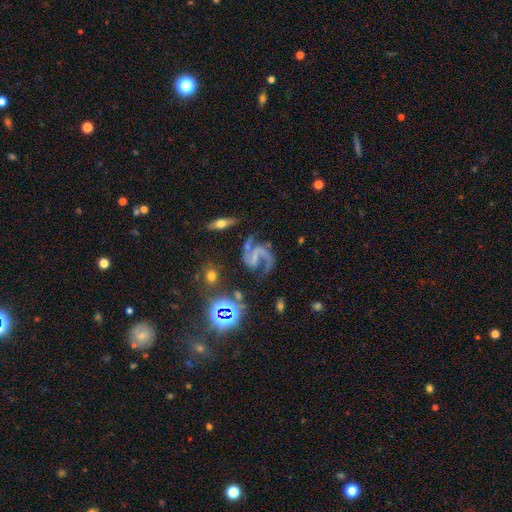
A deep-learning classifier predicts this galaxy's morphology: smooth_or_featured: featured or disk (p=0.85) [alt: star or artifact p=0.09]
disk_edge_on: no (p=0.98) [alt: yes p=0.02]
bar: weak (p=0.37) [alt: no p=0.32]
has_spiral_arms: yes (p=0.96) [alt: no p=0.04]
spiral_winding: medium (p=0.46) [alt: loose p=0.45]
spiral_arm_count: 2 (p=0.87) [alt: 1 p=0.08]
bulge_size: none (p=0.58) [alt: small p=0.29]
merging: none (p=0.57) [alt: minor disturbance p=0.18]